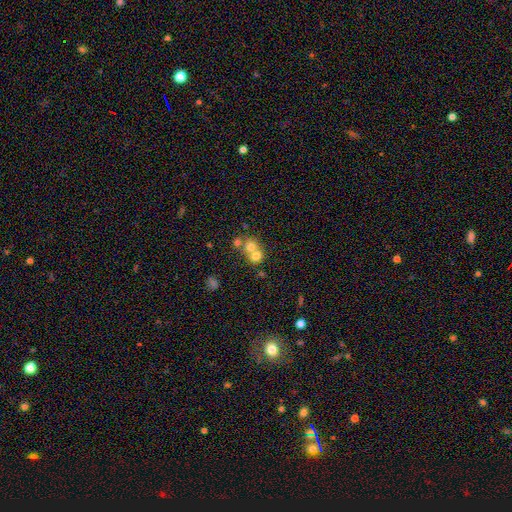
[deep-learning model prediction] Smooth or featured: smooth — 66% (featured or disk — 21%)
How rounded: round — 77% (in between — 22%)
Merging: merger — 63% (none — 30%)